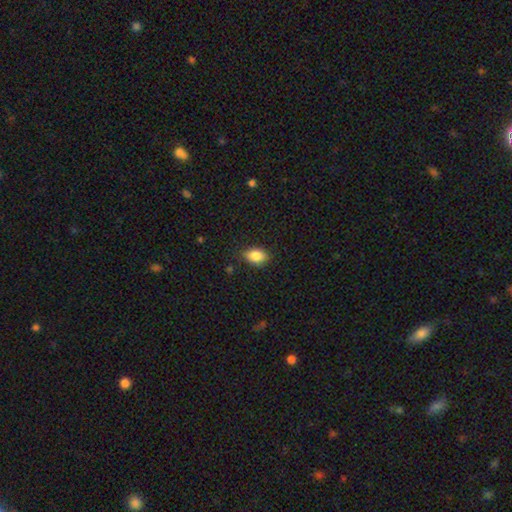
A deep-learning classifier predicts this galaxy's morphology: Overall: smooth (85%). How rounded: in between (81%). Merging: none (79%).